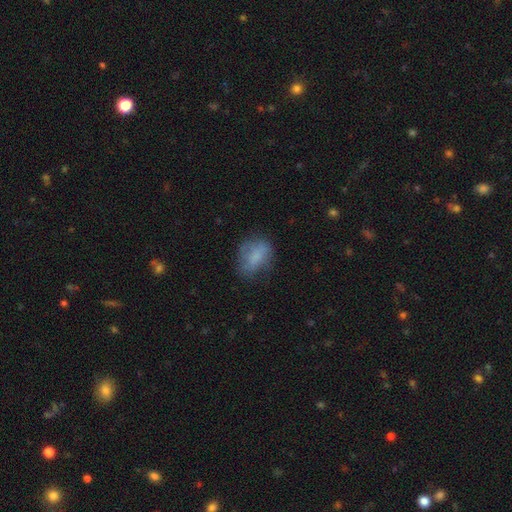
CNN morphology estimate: Q: Smooth or featured?
A: smooth (70%); runner-up: featured or disk (20%)
Q: How rounded?
A: in between (73%); runner-up: round (25%)
Q: Merging?
A: none (59%); runner-up: minor disturbance (26%)